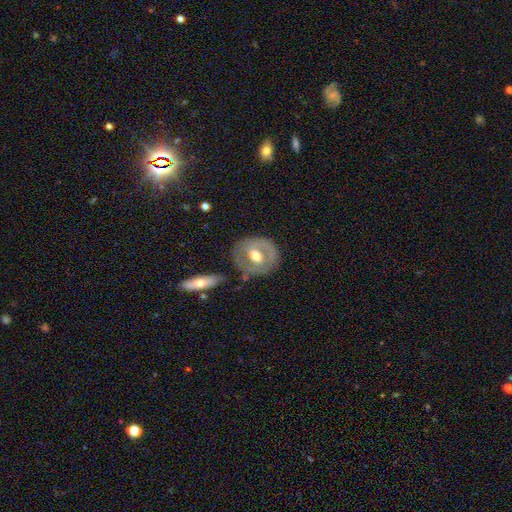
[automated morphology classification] Overall: featured or disk (56%; smooth 39%). Edge-on disk: no (93%). Bar: no (47%; weak 37%). Spiral arms: no (72%). Bulge size: moderate (75%). Merging: none (68%).